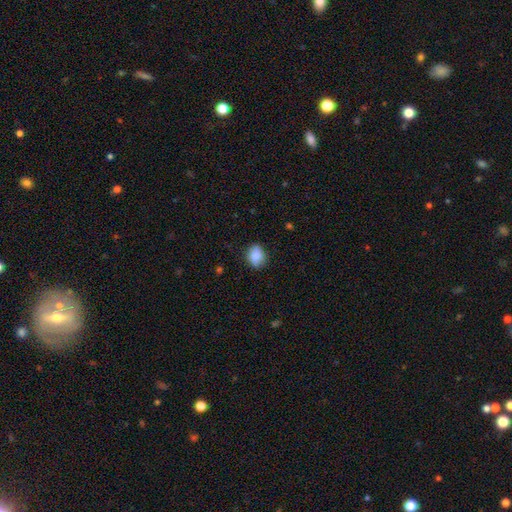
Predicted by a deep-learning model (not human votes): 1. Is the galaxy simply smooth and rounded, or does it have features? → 85% smooth, 8% star or artifact, 7% featured or disk.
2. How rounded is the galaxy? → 52% in between, 47% round, 1% cigar-shaped.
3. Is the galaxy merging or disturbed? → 82% none, 14% minor disturbance, 3% major disturbance, 1% merger.